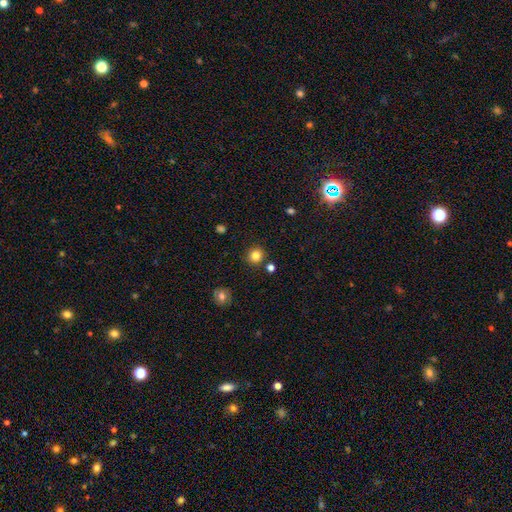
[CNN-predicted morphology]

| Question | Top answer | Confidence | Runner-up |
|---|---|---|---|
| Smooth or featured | smooth | 83% | star or artifact (12%) |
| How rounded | round | 93% | in between (6%) |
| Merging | none | 88% | minor disturbance (6%) |